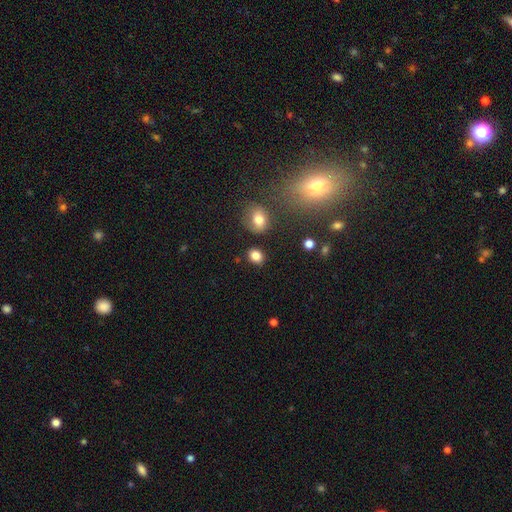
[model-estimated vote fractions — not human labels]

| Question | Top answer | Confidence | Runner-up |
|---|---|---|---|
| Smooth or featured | smooth | 84% | star or artifact (11%) |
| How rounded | in between | 51% | round (48%) |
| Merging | none | 80% | minor disturbance (12%) |